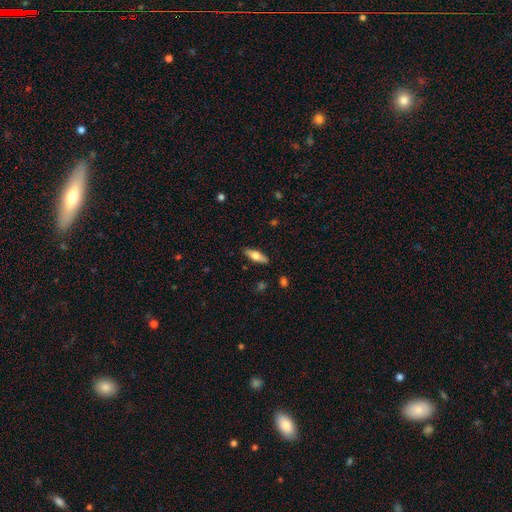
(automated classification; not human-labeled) Morphology: type=smooth (64%); roundness=in between (57%); merging=none (87%).